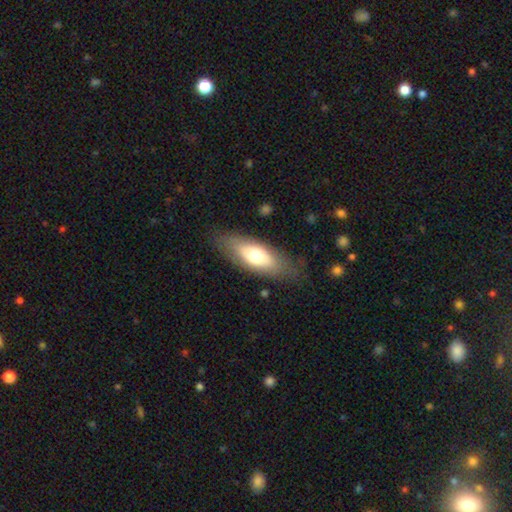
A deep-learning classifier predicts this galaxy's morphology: type=smooth (60%); roundness=in between (79%); merging=none (78%).